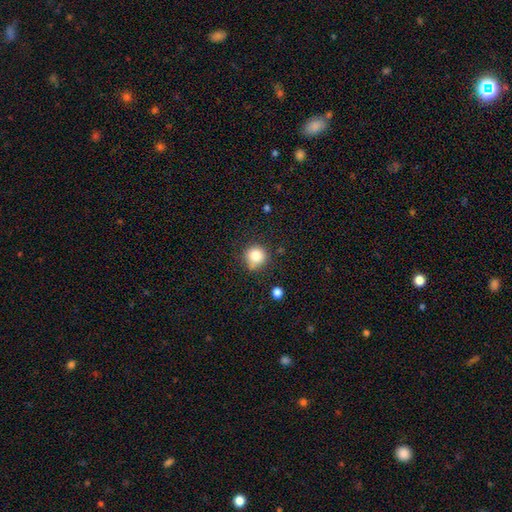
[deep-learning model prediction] Q: Smooth or featured?
A: smooth (82%); runner-up: star or artifact (11%)
Q: How rounded?
A: round (91%); runner-up: in between (8%)
Q: Merging?
A: none (74%); runner-up: minor disturbance (17%)